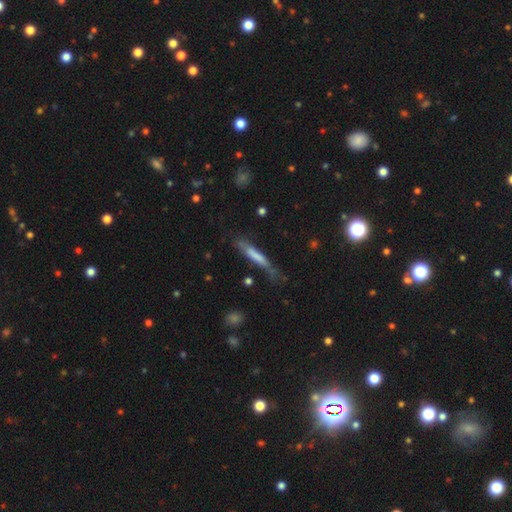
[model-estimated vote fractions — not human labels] Q: Smooth or featured?
A: smooth (64%); runner-up: featured or disk (30%)
Q: How rounded?
A: cigar-shaped (91%); runner-up: in between (7%)
Q: Merging?
A: none (53%); runner-up: minor disturbance (29%)